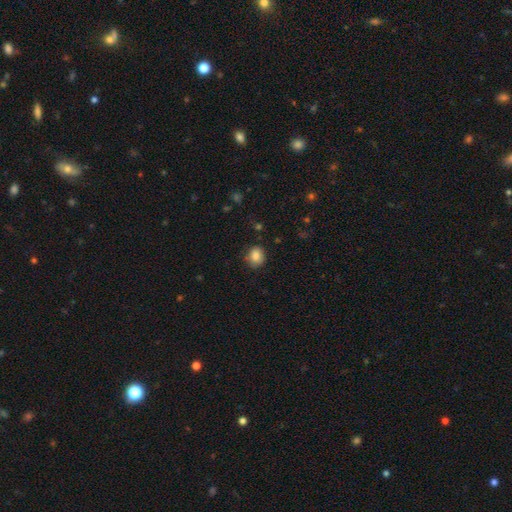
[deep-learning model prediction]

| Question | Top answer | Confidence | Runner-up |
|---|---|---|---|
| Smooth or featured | smooth | 85% | star or artifact (9%) |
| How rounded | round | 66% | in between (33%) |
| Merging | none | 79% | minor disturbance (16%) |